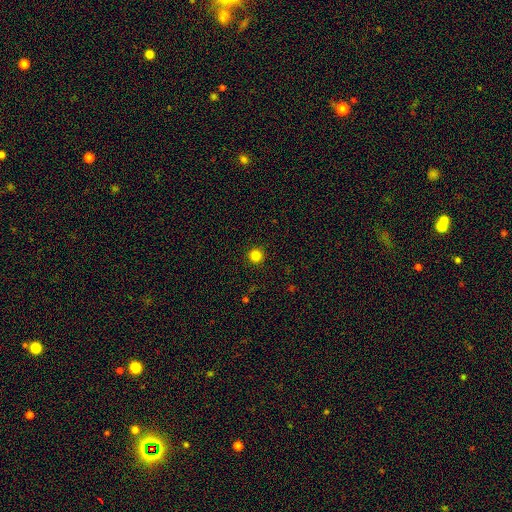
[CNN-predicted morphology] Overall: smooth (84%). How rounded: round (96%). Merging: none (93%).